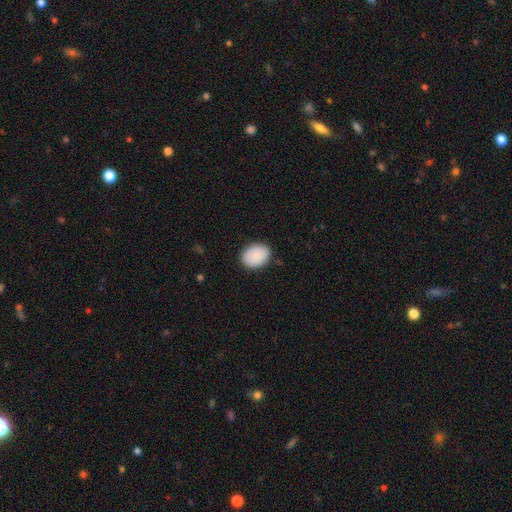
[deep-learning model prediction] A smooth galaxy with no disk features (89%) that is in between round and cigar-shaped (67%). Merging: none (85%).